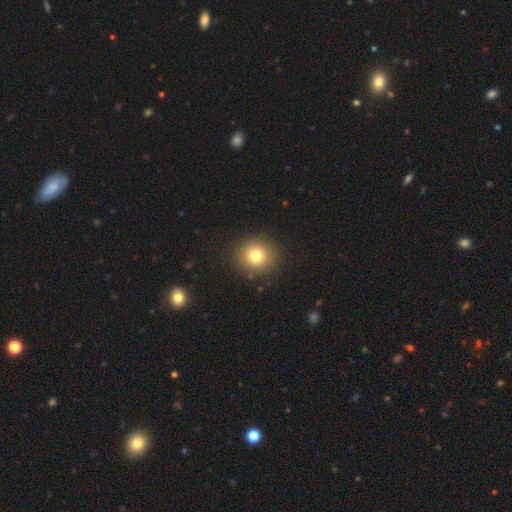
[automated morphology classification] Smooth or featured: smooth — 78% (star or artifact — 12%)
How rounded: round — 87% (in between — 12%)
Merging: none — 89% (minor disturbance — 7%)